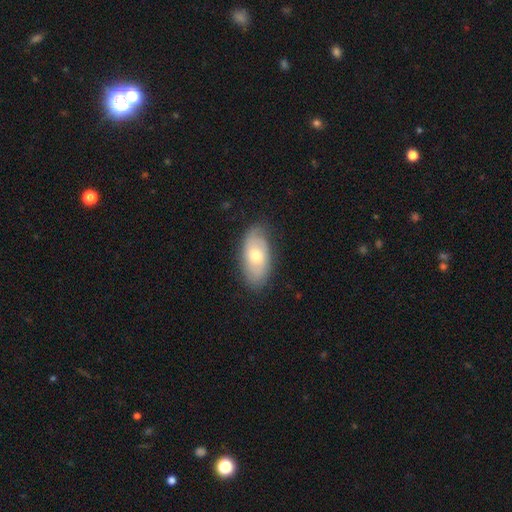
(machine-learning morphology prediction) The model was most divided on "smooth or featured": smooth: 49%, featured or disk: 44%, star or artifact: 6%. More confident: merging — none (77%).